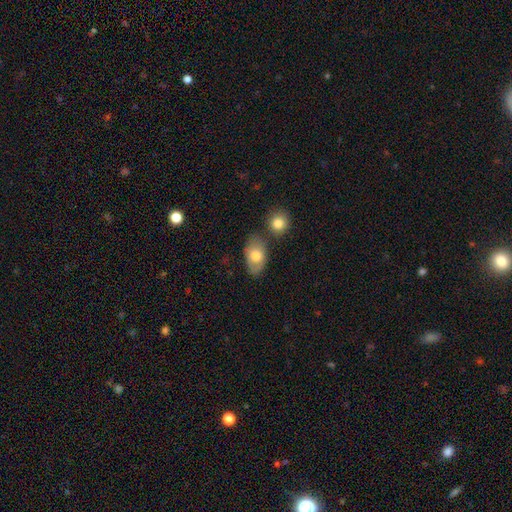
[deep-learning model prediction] smooth_or_featured: smooth (p=0.74) [alt: featured or disk p=0.19]
how_rounded: in between (p=0.88) [alt: round p=0.10]
merging: none (p=0.64) [alt: minor disturbance p=0.17]